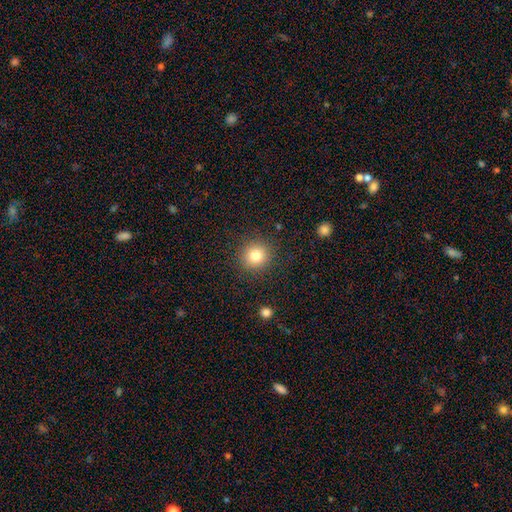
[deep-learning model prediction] Smooth or featured? smooth (81%)
How rounded? round (92%)
Merging? none (89%)